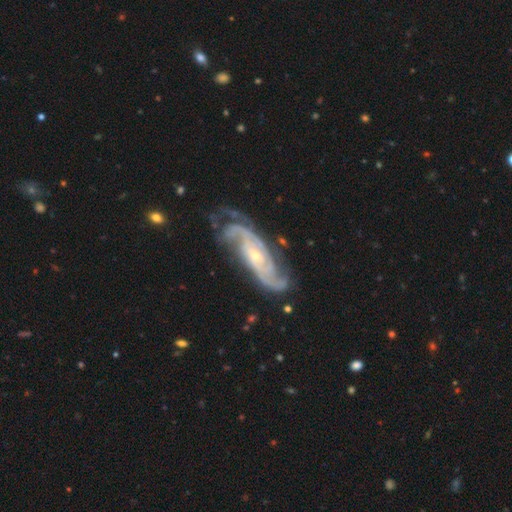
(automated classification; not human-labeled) featured or disk 91%, star or artifact 5%, smooth 4%. Down the decision tree: edge-on disk — no (92%); bar — no (58%); spiral arms — yes (98%); spiral arm count — 2 (38%); spiral winding — tight (52%); bulge size — small (69%); merging — none (68%).